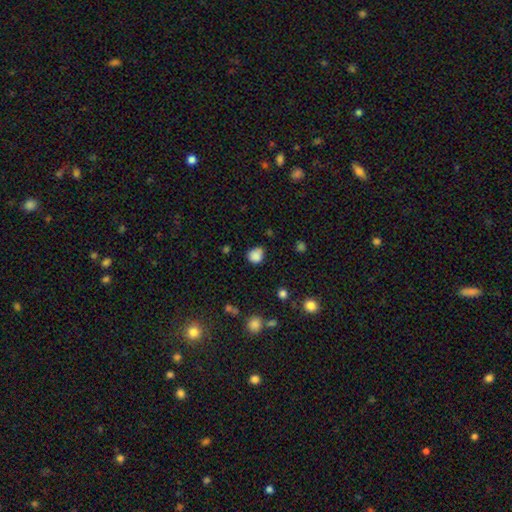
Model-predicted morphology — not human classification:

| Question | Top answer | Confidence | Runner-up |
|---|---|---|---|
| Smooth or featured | smooth | 83% | star or artifact (12%) |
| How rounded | round | 75% | in between (24%) |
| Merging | none | 61% | minor disturbance (27%) |